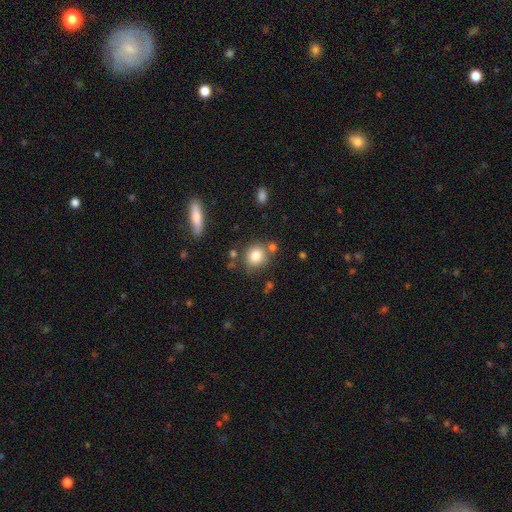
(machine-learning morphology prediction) A smooth galaxy with no disk features (83%) that is round (82%). Merging: none (70%).